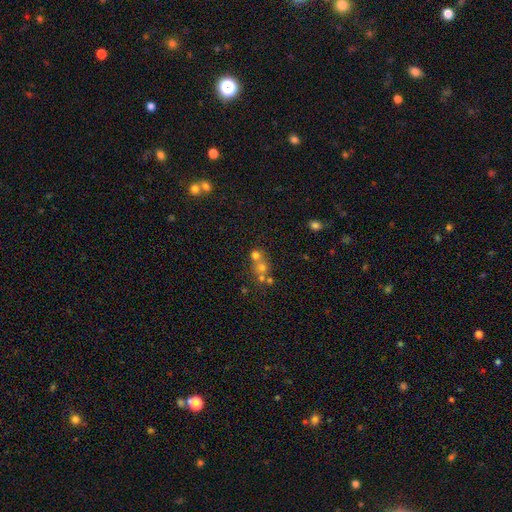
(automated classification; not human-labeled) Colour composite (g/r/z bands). It shows a smooth galaxy with no disk features (60%) that is round (81%). Merging: merger (51%).